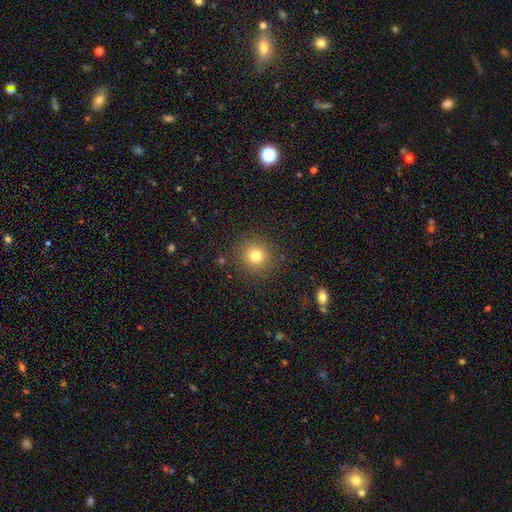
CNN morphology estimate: type=smooth (78%); roundness=round (92%); merging=none (88%).